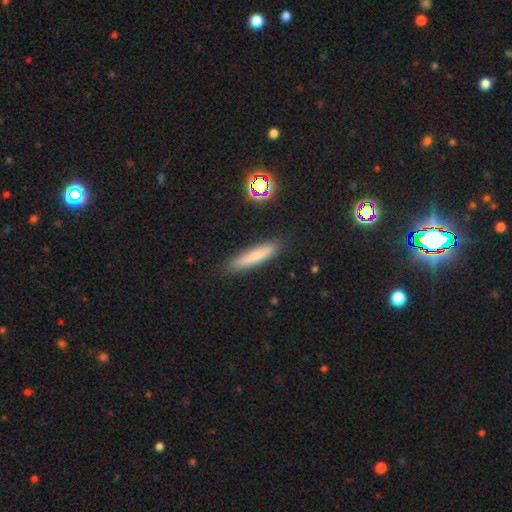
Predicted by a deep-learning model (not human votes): smooth-or-featured: smooth: 70% | featured or disk: 20% | star or artifact: 10%
  how-rounded: cigar-shaped: 87% | in between: 12% | round: 2%
  merging: none: 85% | minor disturbance: 11% | major disturbance: 2% | merger: 2%